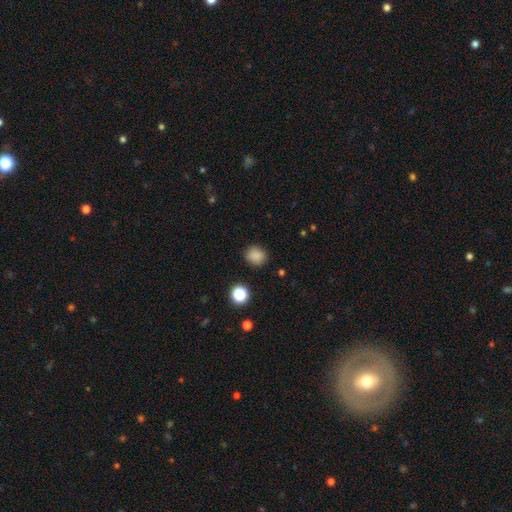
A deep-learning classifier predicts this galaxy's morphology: smooth_or_featured: smooth (p=0.85) [alt: star or artifact p=0.12]
how_rounded: round (p=0.77) [alt: in between p=0.22]
merging: none (p=0.85) [alt: minor disturbance p=0.10]